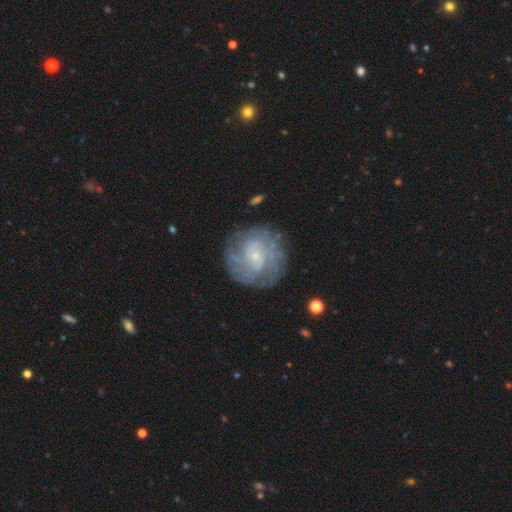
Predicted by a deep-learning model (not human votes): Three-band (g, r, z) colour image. It shows a featured or disk galaxy (75%) with no bar (68%), tight (57%) spiral arms (88%) and a small central bulge (79%). Merging: none (77%).